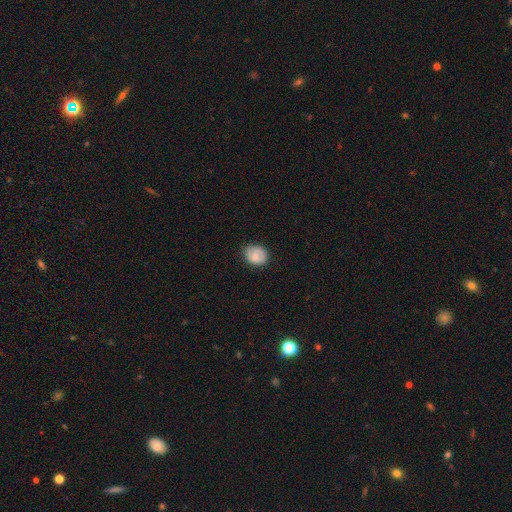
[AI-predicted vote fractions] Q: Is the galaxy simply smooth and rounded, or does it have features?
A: smooth — 72%.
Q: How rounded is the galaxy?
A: round — 56%.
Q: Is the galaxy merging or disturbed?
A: none — 78%.